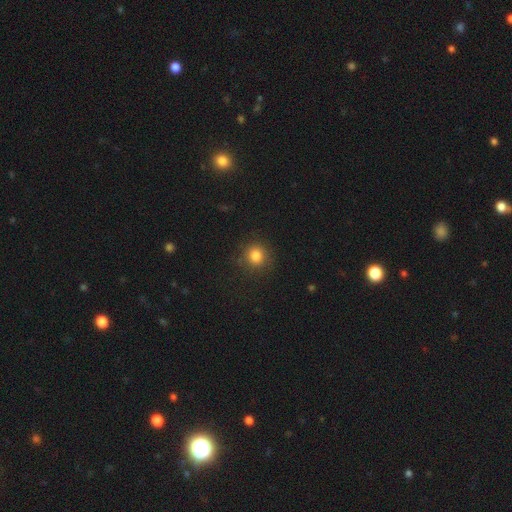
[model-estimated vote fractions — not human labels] Smooth or featured: smooth — 83% (star or artifact — 12%)
How rounded: round — 89% (in between — 10%)
Merging: none — 85% (minor disturbance — 10%)